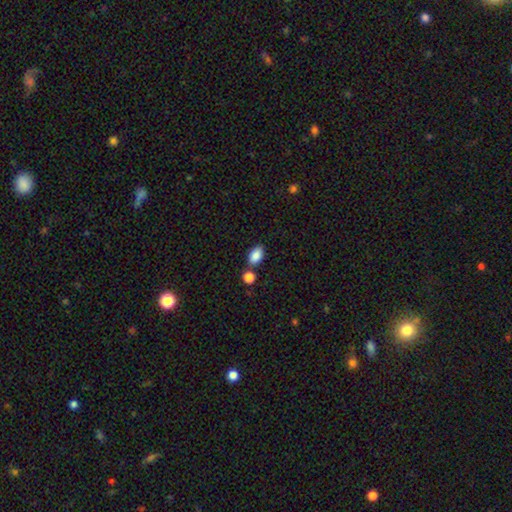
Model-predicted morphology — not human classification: type=smooth (87%); roundness=in between (89%); merging=none (71%).